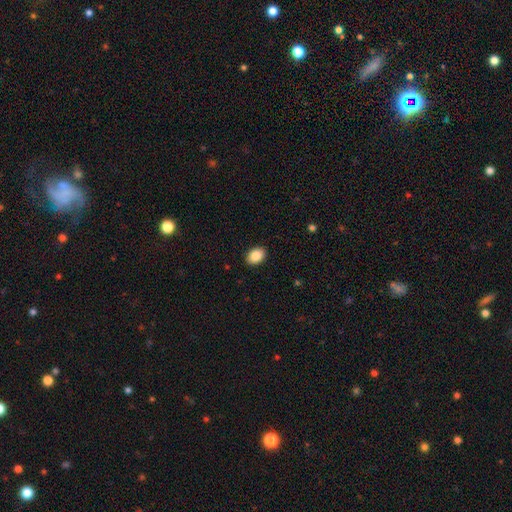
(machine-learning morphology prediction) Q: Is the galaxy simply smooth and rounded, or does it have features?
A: smooth — 88%.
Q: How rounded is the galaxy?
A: in between — 79%.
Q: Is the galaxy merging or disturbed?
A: none — 90%.